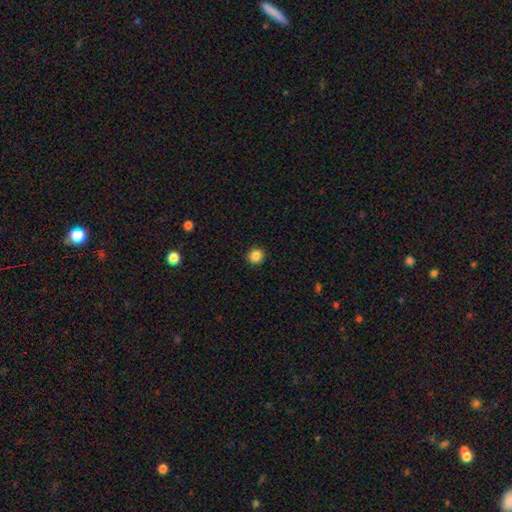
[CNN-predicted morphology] smooth-or-featured: smooth: 86% | star or artifact: 10% | featured or disk: 3%
  how-rounded: round: 95% | in between: 4% | cigar-shaped: 1%
  merging: none: 93% | minor disturbance: 5% | major disturbance: 2% | merger: 1%